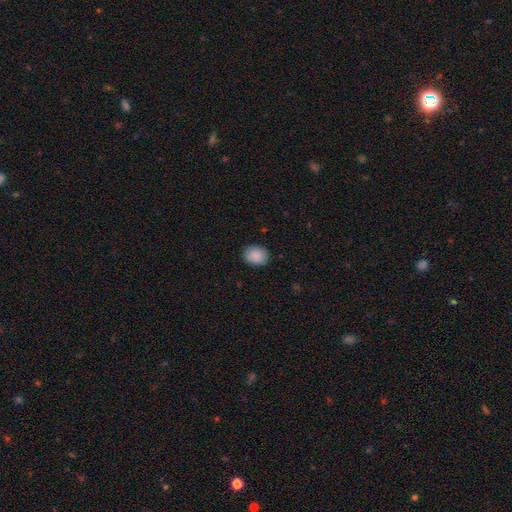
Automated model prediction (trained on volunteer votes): A smooth galaxy with no disk features (89%) that is in between round and cigar-shaped (54%). Merging: none (87%).